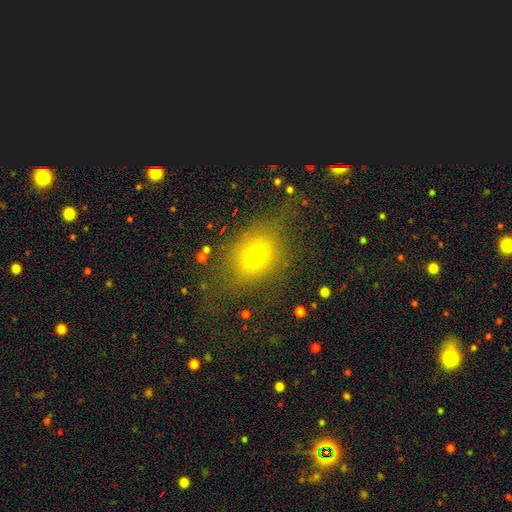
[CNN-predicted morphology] Q: Smooth or featured?
A: smooth (68%); runner-up: star or artifact (17%)
Q: How rounded?
A: in between (50%); runner-up: round (47%)
Q: Merging?
A: none (62%); runner-up: minor disturbance (17%)